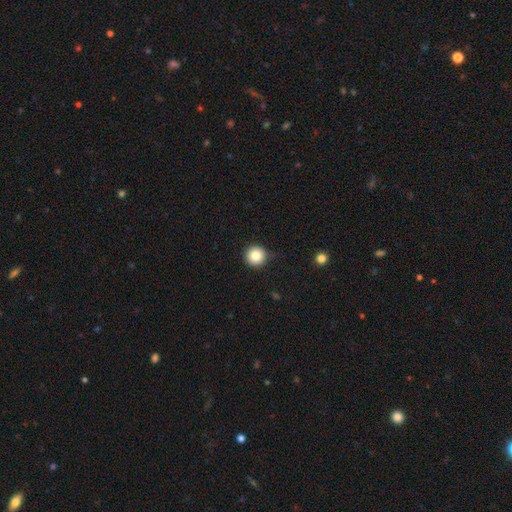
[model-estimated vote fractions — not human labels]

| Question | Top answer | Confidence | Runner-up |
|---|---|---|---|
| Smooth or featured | smooth | 83% | star or artifact (10%) |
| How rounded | round | 96% | in between (3%) |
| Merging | none | 86% | minor disturbance (10%) |